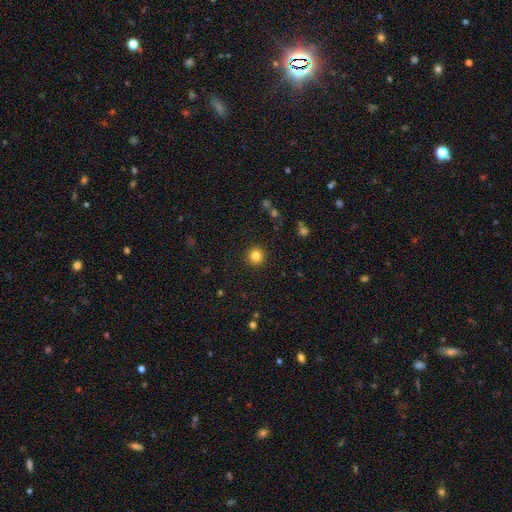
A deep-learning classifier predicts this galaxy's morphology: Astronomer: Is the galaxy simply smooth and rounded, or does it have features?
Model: smooth — 83%.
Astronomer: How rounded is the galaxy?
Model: round — 95%.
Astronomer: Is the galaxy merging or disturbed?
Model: none — 92%.